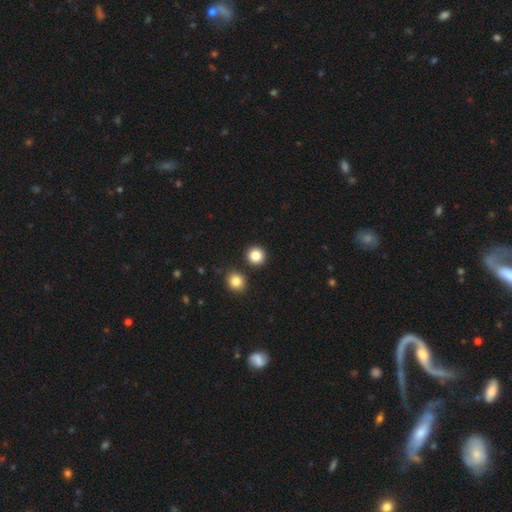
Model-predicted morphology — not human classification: Q: Smooth or featured?
A: smooth (85%); runner-up: star or artifact (10%)
Q: How rounded?
A: round (93%); runner-up: in between (6%)
Q: Merging?
A: none (88%); runner-up: minor disturbance (5%)